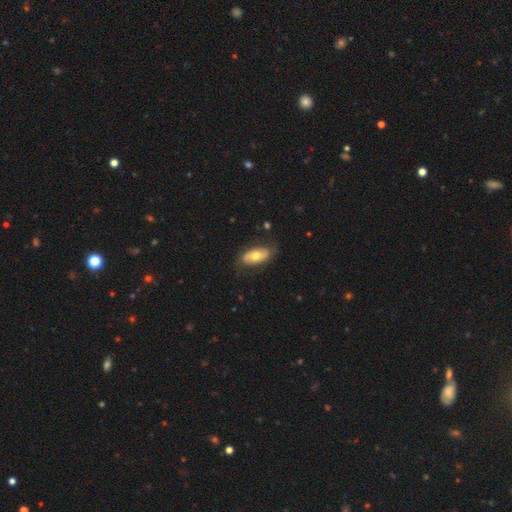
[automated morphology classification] smooth-or-featured: smooth: 54% | featured or disk: 40% | star or artifact: 6%
  how-rounded: in between: 90% | cigar-shaped: 6% | round: 4%
  merging: none: 76% | minor disturbance: 17% | major disturbance: 5% | merger: 1%